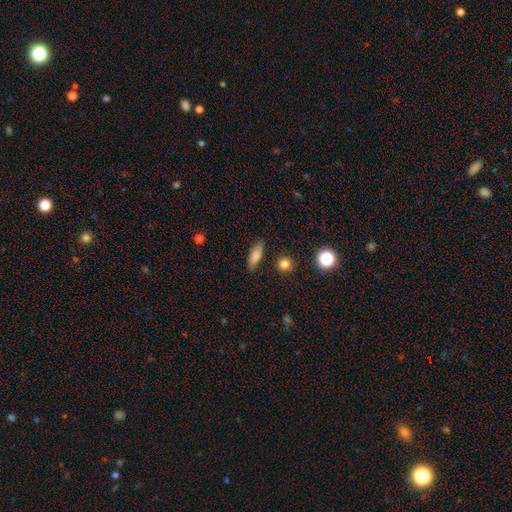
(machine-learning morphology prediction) Smooth or featured? Predicted: smooth (p=0.79). How rounded? Predicted: in between (p=0.61). Merging? Predicted: none (p=0.80).